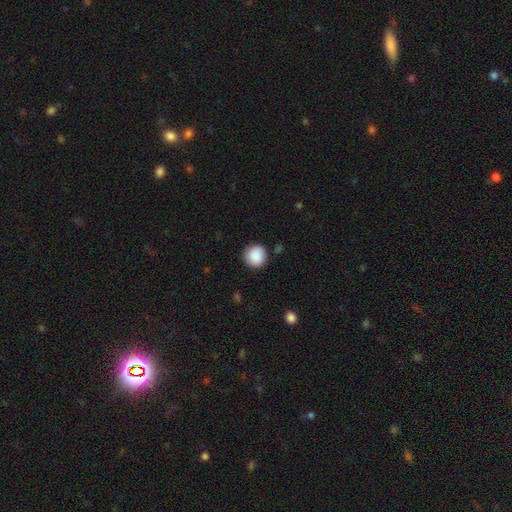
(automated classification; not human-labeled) A smooth galaxy with no disk features (89%) that is round (94%).

Vote fractions:
- Smooth or featured? smooth: 89% / star or artifact: 8% / featured or disk: 3%
- How rounded? round: 94% / in between: 5% / cigar-shaped: 1%
- Merging? none: 89% / minor disturbance: 7% / major disturbance: 2% / merger: 1%